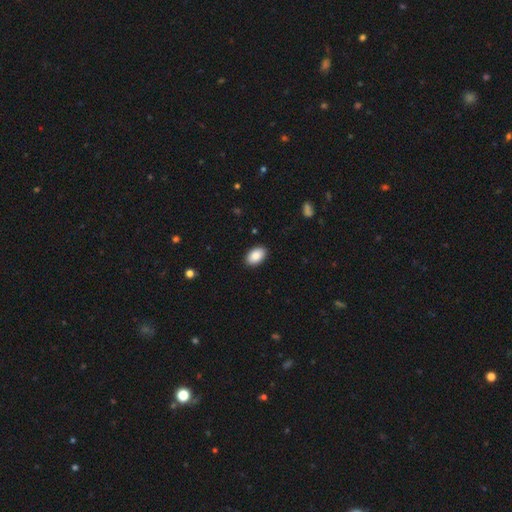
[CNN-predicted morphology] This appears to be a smooth galaxy with no disk features (88%) that is in between round and cigar-shaped (92%). Merging: none (90%).